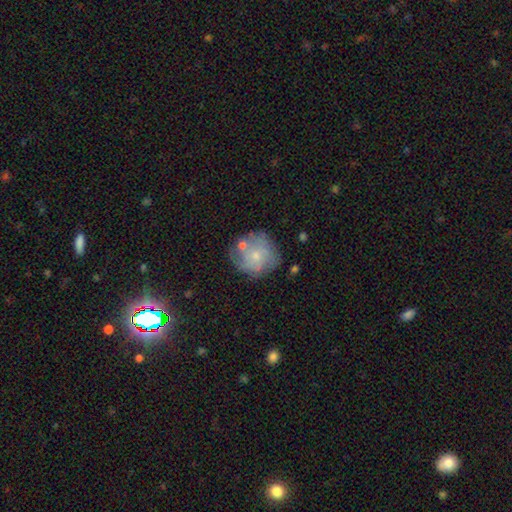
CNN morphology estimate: Smooth or featured? Predicted: smooth (p=0.50). How rounded? Predicted: round (p=0.87). Merging? Predicted: none (p=0.61).